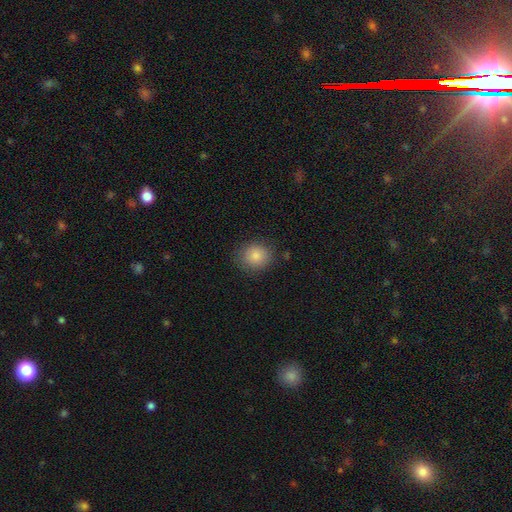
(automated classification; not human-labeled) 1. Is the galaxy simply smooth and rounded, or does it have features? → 86% smooth, 9% star or artifact, 5% featured or disk.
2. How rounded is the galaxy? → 78% round, 21% in between, 1% cigar-shaped.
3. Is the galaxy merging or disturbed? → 84% none, 11% minor disturbance, 3% major disturbance, 1% merger.